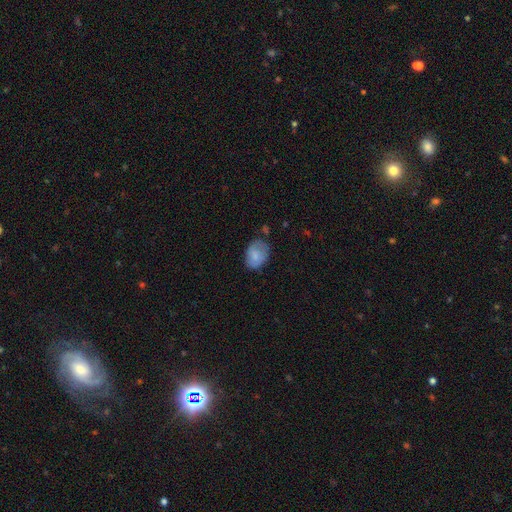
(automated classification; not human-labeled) This is likely a smooth galaxy (77%). How rounded: likely in between (72%). Merging: likely none (62%).